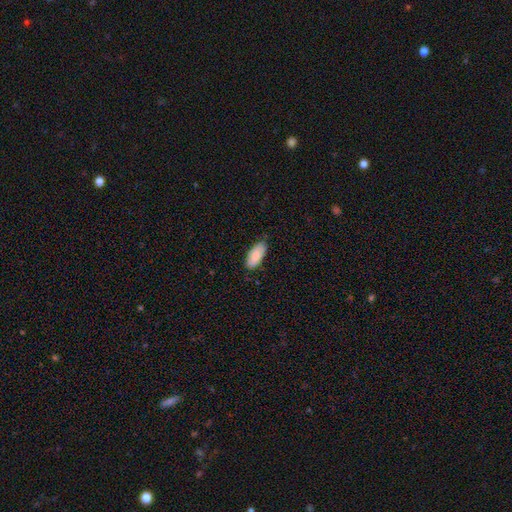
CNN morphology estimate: The model was most divided on "smooth or featured": smooth: 79%, featured or disk: 15%, star or artifact: 6%. More confident: how rounded — in between (89%); merging — none (81%).